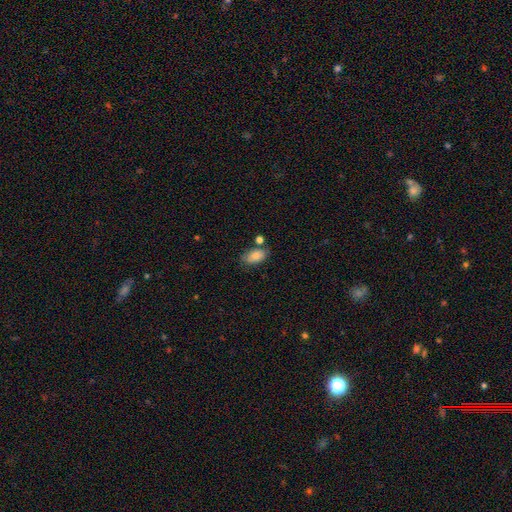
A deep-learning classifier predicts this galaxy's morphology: The model was most divided on "merging": none: 66%, minor disturbance: 19%, merger: 10%, major disturbance: 5%. More confident: how rounded — in between (92%); smooth or featured — smooth (83%).